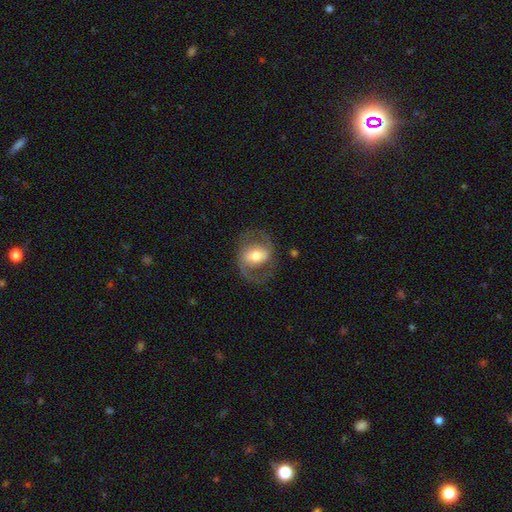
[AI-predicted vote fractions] This appears to be a featured or disk galaxy (68%) with a weak bar (39%), spiral arms (77%) and a moderate central bulge (66%). Merging: none (70%).